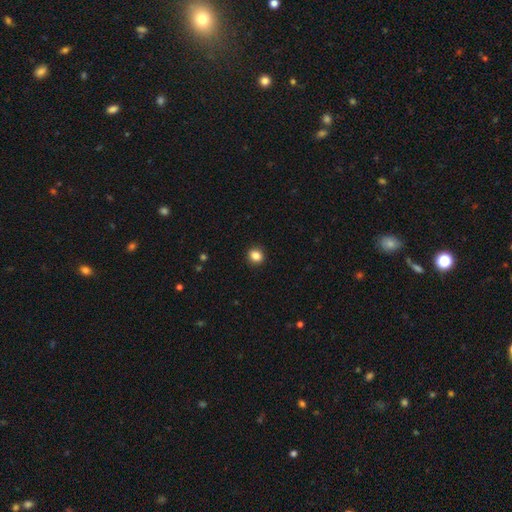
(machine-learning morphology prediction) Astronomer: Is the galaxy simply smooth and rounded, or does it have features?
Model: smooth — 86%.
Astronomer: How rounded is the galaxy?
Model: round — 76%.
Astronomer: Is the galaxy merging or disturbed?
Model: none — 92%.